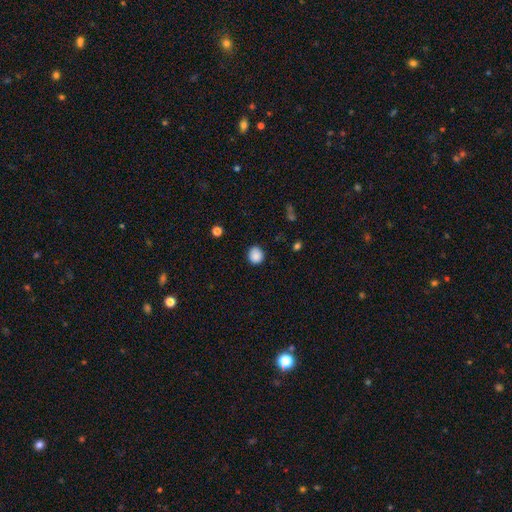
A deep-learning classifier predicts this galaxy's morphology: type=smooth (87%); roundness=round (84%); merging=none (87%).